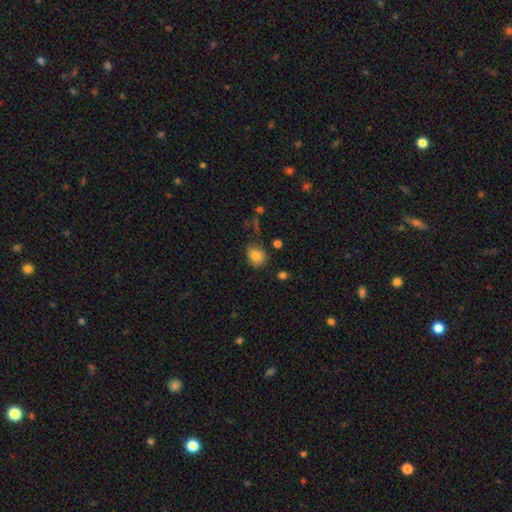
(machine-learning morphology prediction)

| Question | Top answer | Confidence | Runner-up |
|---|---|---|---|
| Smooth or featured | smooth | 81% | star or artifact (10%) |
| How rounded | round | 58% | in between (41%) |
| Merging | none | 61% | minor disturbance (26%) |